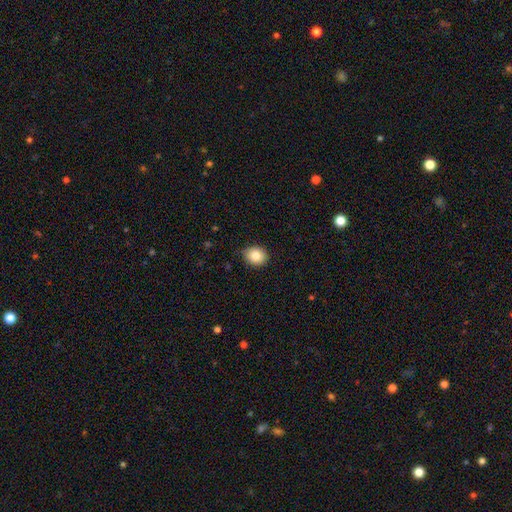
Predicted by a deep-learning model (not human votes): Smooth or featured: smooth — 83% (star or artifact — 9%)
How rounded: round — 68% (in between — 31%)
Merging: none — 82% (minor disturbance — 15%)